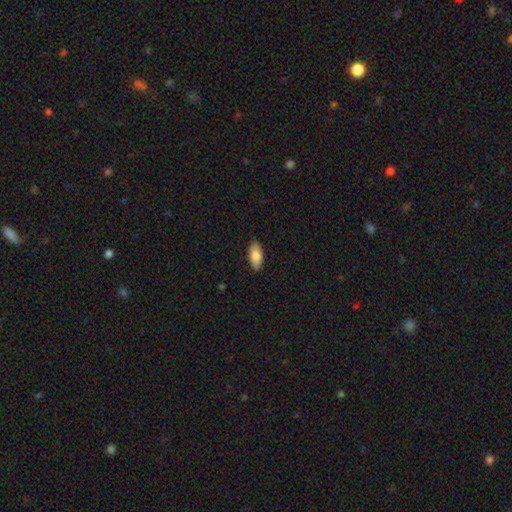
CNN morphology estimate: Smooth or featured?
  - smooth: 85% *
  - featured or disk: 9%
  - star or artifact: 6%
How rounded?
  - in between: 89% *
  - cigar-shaped: 9%
  - round: 2%
Merging?
  - none: 88% *
  - minor disturbance: 10%
  - major disturbance: 2%
  - merger: 1%